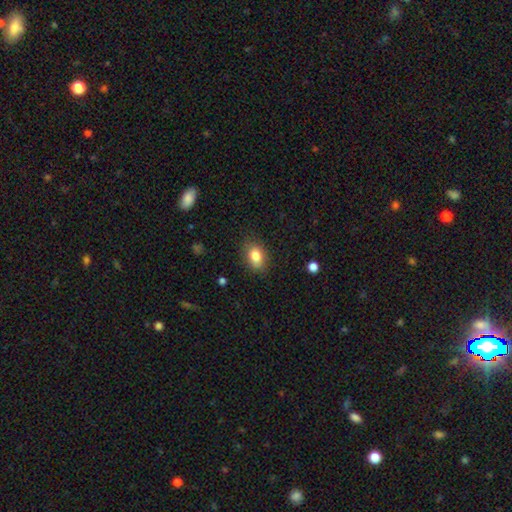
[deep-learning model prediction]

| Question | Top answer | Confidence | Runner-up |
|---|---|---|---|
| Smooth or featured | smooth | 83% | star or artifact (9%) |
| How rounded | in between | 80% | round (19%) |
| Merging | none | 83% | minor disturbance (13%) |